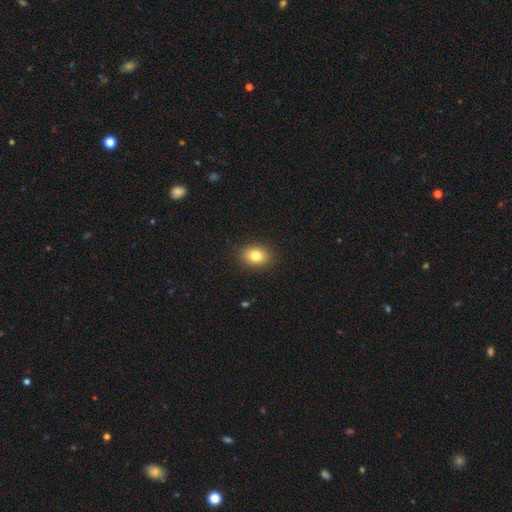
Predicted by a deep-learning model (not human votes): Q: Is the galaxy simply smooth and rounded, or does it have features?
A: smooth — 81%.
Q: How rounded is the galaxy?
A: in between — 58%.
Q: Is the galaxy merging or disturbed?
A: none — 89%.